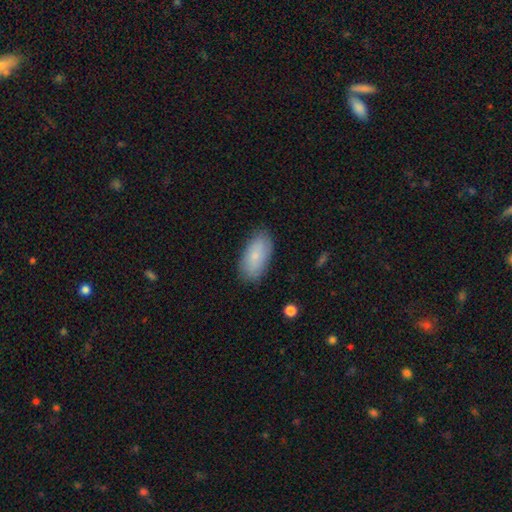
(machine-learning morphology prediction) smooth_or_featured: smooth (p=0.78) [alt: featured or disk p=0.15]
how_rounded: in between (p=0.93) [alt: cigar-shaped p=0.04]
merging: none (p=0.83) [alt: minor disturbance p=0.13]